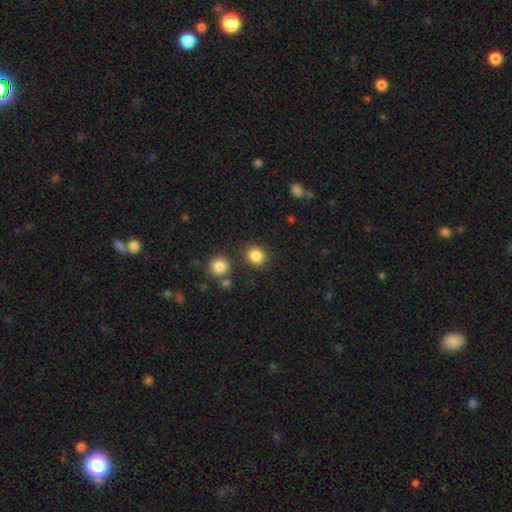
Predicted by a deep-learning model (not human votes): smooth-or-featured: smooth: 85% | star or artifact: 10% | featured or disk: 4%
  how-rounded: round: 80% | in between: 19% | cigar-shaped: 1%
  merging: none: 83% | minor disturbance: 9% | merger: 5% | major disturbance: 3%